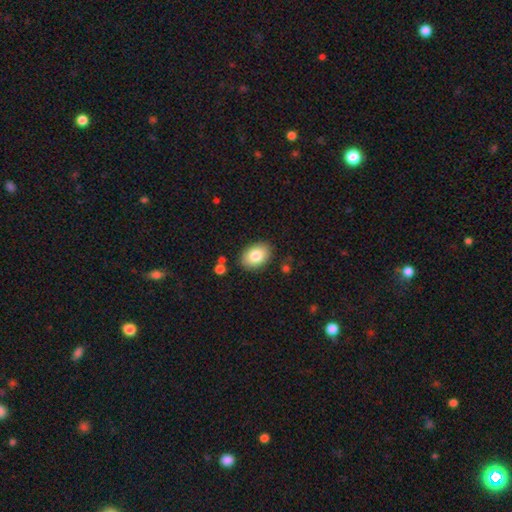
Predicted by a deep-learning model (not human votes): A smooth galaxy with no disk features (82%) that is in between round and cigar-shaped (83%).

Vote fractions:
- Smooth or featured? smooth: 82% / featured or disk: 11% / star or artifact: 7%
- How rounded? in between: 83% / round: 16% / cigar-shaped: 1%
- Merging? none: 87% / minor disturbance: 9% / major disturbance: 2% / merger: 2%